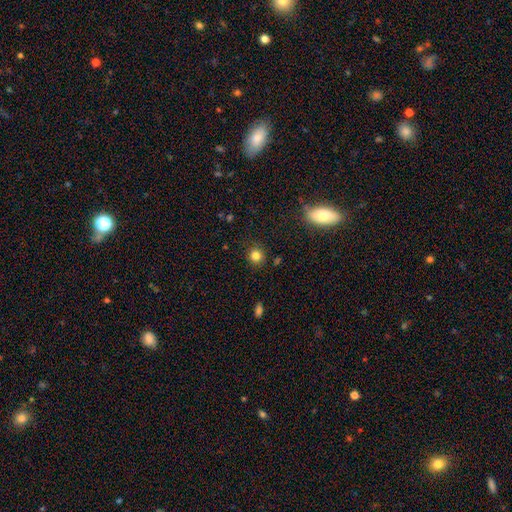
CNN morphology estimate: smooth-or-featured: smooth: 83% | star or artifact: 12% | featured or disk: 5%
  how-rounded: round: 89% | in between: 10% | cigar-shaped: 1%
  merging: none: 87% | minor disturbance: 9% | major disturbance: 2% | merger: 2%